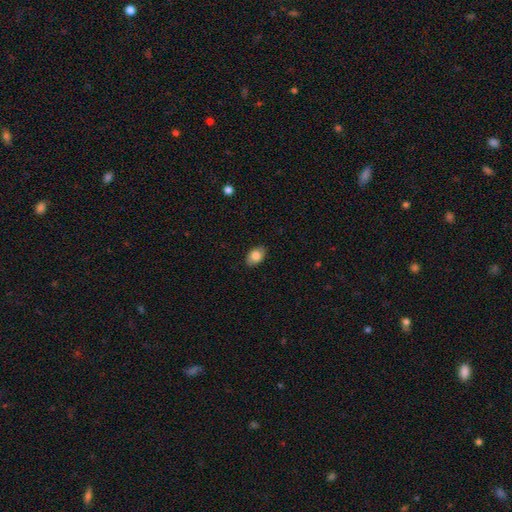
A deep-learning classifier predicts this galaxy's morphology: A smooth galaxy with no disk features (83%) that is in between round and cigar-shaped (86%). Merging: none (86%).